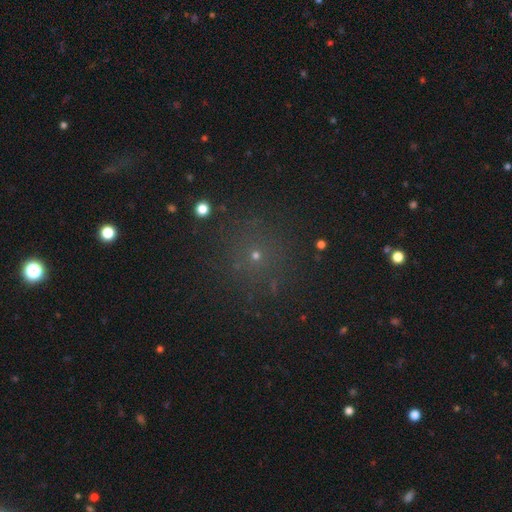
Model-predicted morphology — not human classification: smooth_or_featured: smooth (p=0.52) [alt: star or artifact p=0.38]
how_rounded: round (p=0.93) [alt: in between p=0.06]
merging: none (p=0.86) [alt: minor disturbance p=0.08]